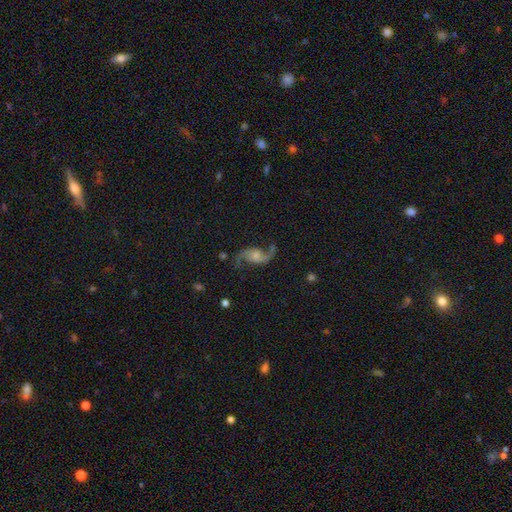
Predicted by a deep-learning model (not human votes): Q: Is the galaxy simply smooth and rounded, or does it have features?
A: featured or disk — 89%.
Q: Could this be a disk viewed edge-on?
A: no — 97%.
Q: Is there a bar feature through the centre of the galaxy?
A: no — 61%.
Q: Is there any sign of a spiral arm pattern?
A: yes — 97%.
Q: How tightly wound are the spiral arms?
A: loose — 84%.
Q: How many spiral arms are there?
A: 2 — 94%.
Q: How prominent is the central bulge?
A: moderate — 39%.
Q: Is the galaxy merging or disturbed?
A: none — 76%.